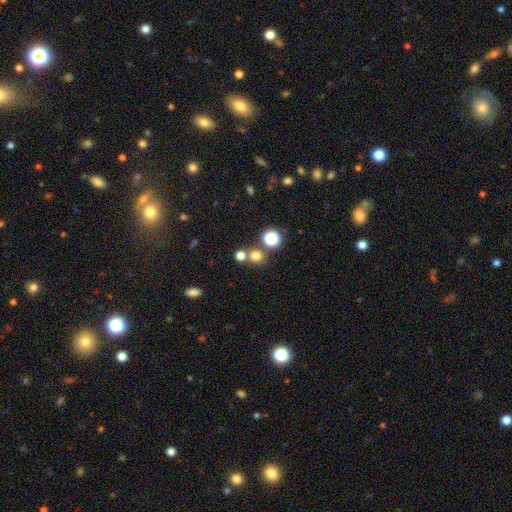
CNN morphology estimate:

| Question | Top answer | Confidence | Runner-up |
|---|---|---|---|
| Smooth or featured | smooth | 71% | star or artifact (21%) |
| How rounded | round | 87% | in between (12%) |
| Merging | none | 66% | merger (23%) |